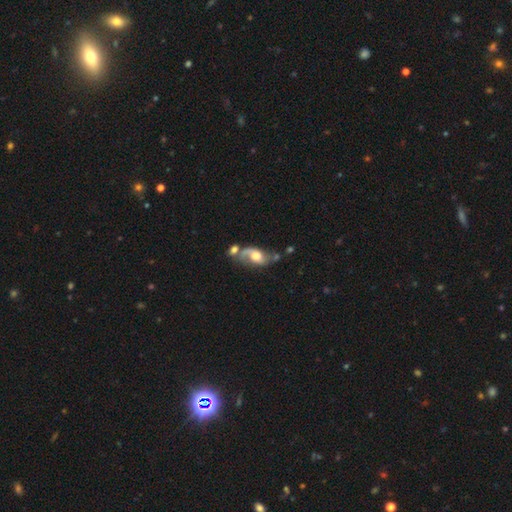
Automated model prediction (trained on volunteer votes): A featured or disk galaxy (68%) with no bar (63%), 2 (81%) loose (56%) spiral arms (87%) and a moderate central bulge (42%). Merging: none (35%).